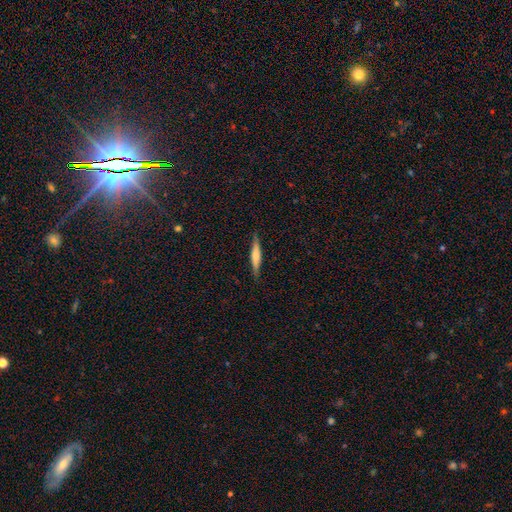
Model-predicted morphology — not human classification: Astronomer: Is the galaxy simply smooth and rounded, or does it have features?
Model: smooth — 50% (runner-up: featured or disk, 44%).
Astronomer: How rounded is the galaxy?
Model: cigar-shaped — 89%.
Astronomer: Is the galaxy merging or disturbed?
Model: none — 87%.